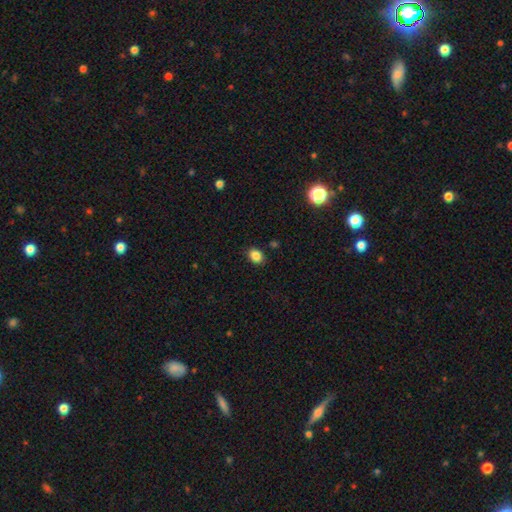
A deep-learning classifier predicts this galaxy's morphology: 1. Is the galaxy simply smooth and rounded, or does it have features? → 87% smooth, 10% star or artifact, 4% featured or disk.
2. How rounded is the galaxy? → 63% in between, 36% round, 1% cigar-shaped.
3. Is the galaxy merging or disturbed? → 87% none, 9% minor disturbance, 2% major disturbance, 2% merger.